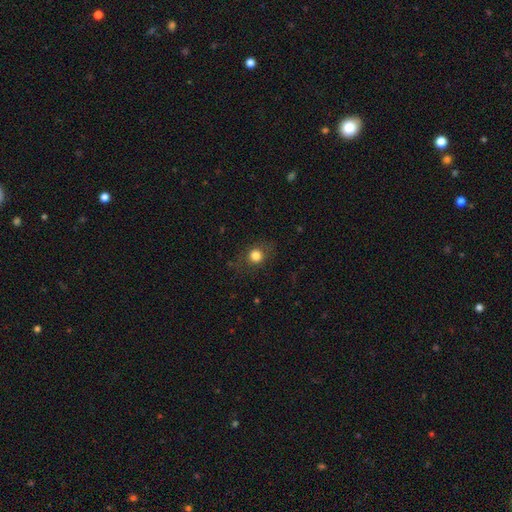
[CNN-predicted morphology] A smooth galaxy with no disk features (79%) that is round (79%).

Vote fractions:
- Smooth or featured? smooth: 79% / star or artifact: 12% / featured or disk: 10%
- How rounded? round: 79% / in between: 20% / cigar-shaped: 1%
- Merging? none: 79% / minor disturbance: 13% / major disturbance: 6% / merger: 1%